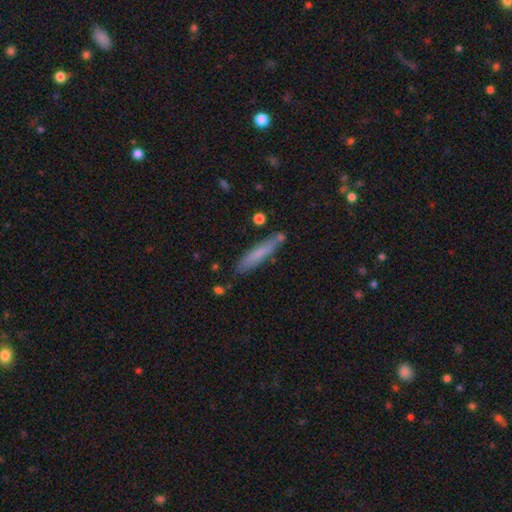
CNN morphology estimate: Smooth or featured? smooth (72%)
How rounded? cigar-shaped (90%)
Merging? none (77%)